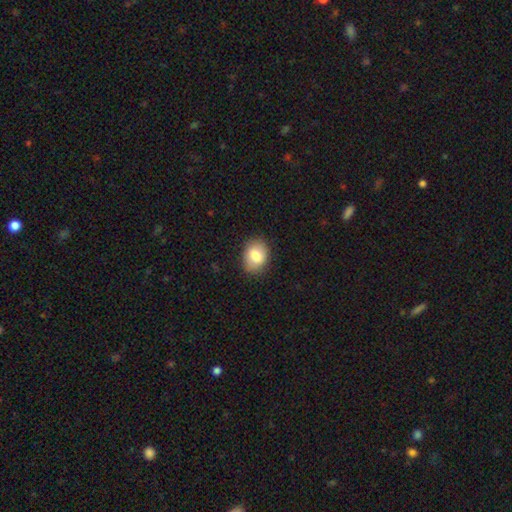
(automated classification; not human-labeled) A smooth galaxy with no disk features (81%) that is in between round and cigar-shaped (60%).

Vote fractions:
- Smooth or featured? smooth: 81% / featured or disk: 11% / star or artifact: 8%
- How rounded? in between: 60% / round: 39% / cigar-shaped: 1%
- Merging? none: 84% / minor disturbance: 12% / major disturbance: 3% / merger: 1%